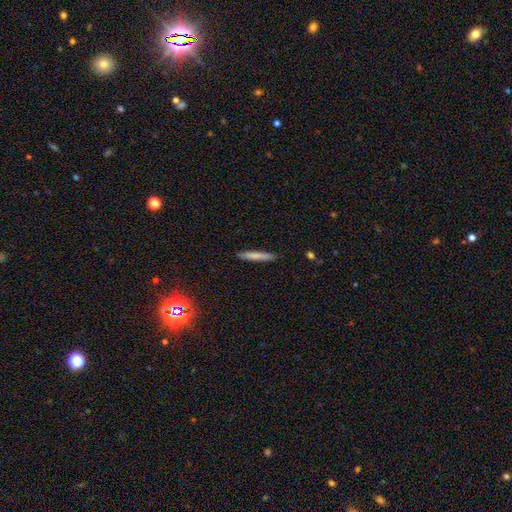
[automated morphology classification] Smooth or featured? Predicted: smooth (p=0.78). How rounded? Predicted: cigar-shaped (p=0.95). Merging? Predicted: none (p=0.91).